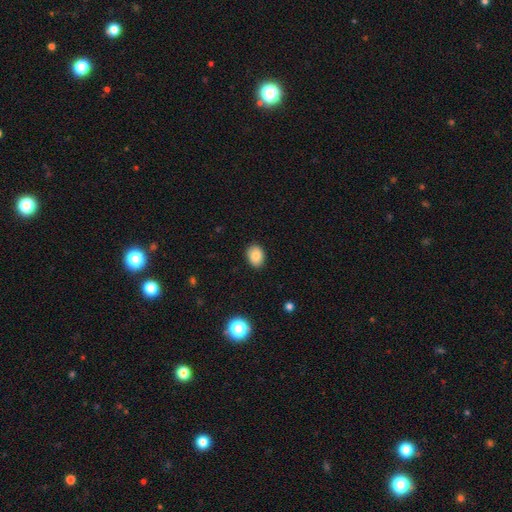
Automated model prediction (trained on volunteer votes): Morphology: type=smooth (85%); roundness=in between (61%); merging=none (88%).